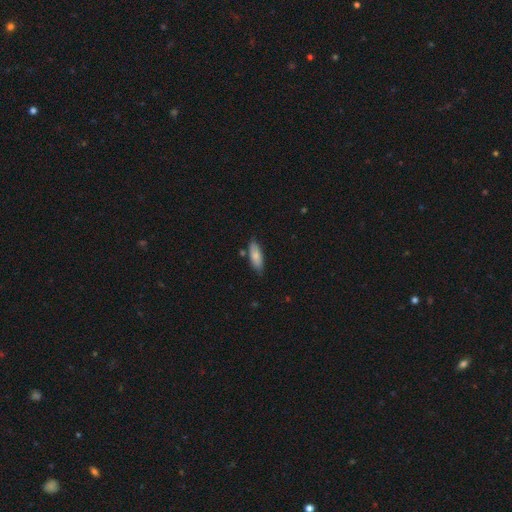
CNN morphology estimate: smooth 81%, featured or disk 13%, star or artifact 6%. Down the decision tree: how rounded — in between (66%); merging — none (79%).